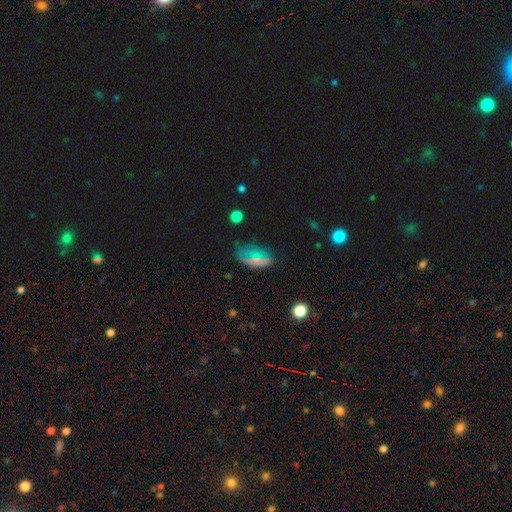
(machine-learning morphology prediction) smooth-or-featured: smooth: 51% | star or artifact: 25% | featured or disk: 24%
  how-rounded: in between: 79% | cigar-shaped: 12% | round: 10%
  merging: none: 66% | minor disturbance: 21% | major disturbance: 9% | merger: 3%